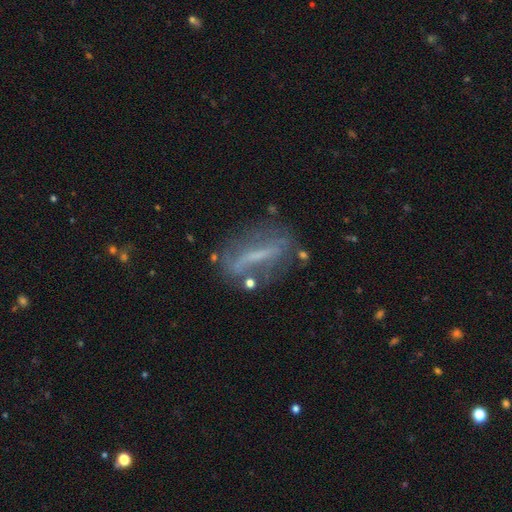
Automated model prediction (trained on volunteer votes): A featured or disk galaxy (61%). Merging: none (63%).